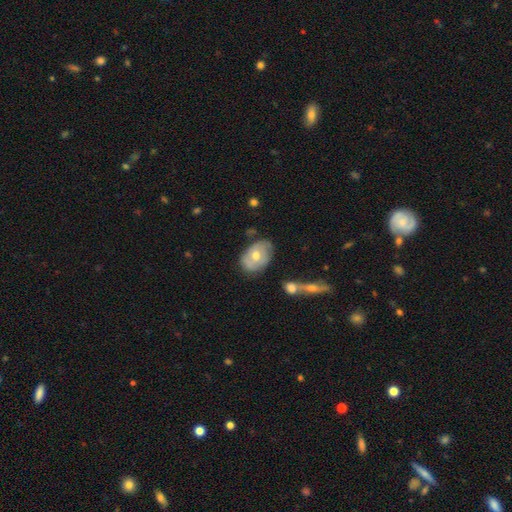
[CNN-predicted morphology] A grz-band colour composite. It shows a smooth galaxy with no disk features (49%). Merging: none (64%).